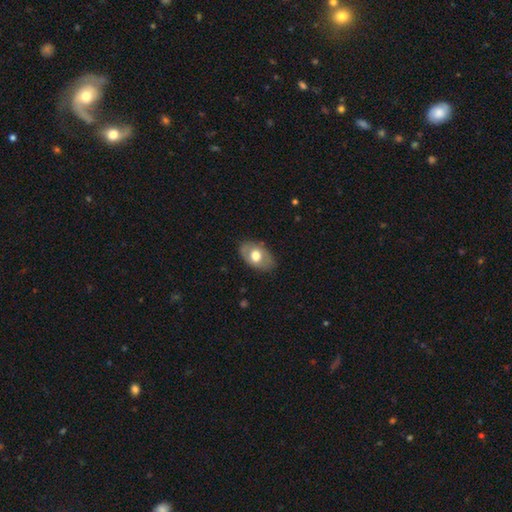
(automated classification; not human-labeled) Overall: smooth (59%; featured or disk 35%). How rounded: in between (87%). Merging: none (79%).